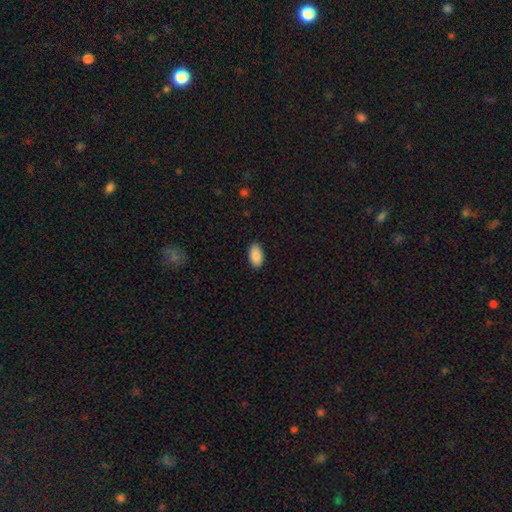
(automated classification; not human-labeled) smooth-or-featured: smooth: 90% | star or artifact: 7% | featured or disk: 3%
  how-rounded: in between: 95% | round: 3% | cigar-shaped: 2%
  merging: none: 89% | minor disturbance: 8% | major disturbance: 2% | merger: 1%